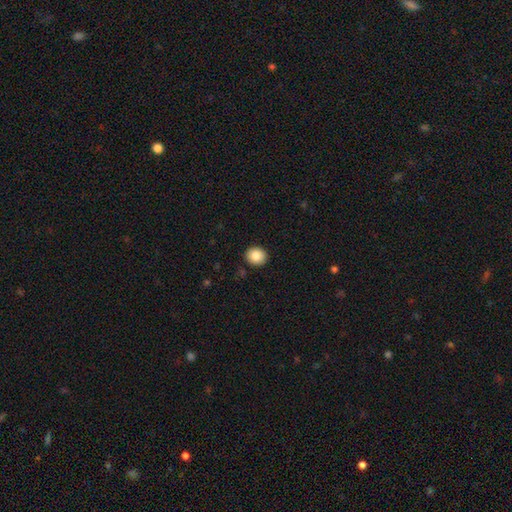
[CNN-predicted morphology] smooth 86%, star or artifact 8%, featured or disk 6%. Down the decision tree: how rounded — round (75%); merging — none (91%).